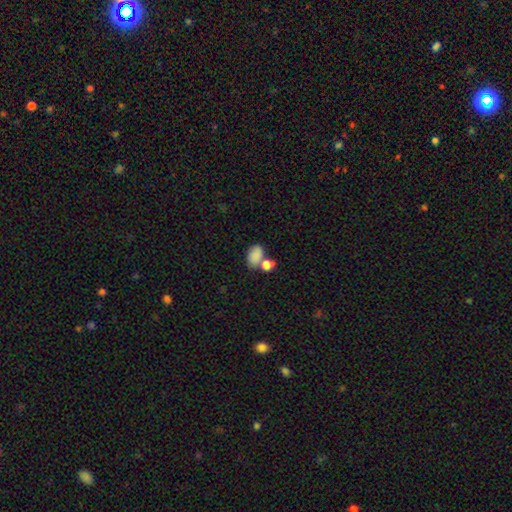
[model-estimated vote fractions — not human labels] Smooth or featured?
  - smooth: 84% *
  - star or artifact: 8%
  - featured or disk: 8%
How rounded?
  - in between: 86% *
  - round: 13%
  - cigar-shaped: 1%
Merging?
  - none: 41% * (tied)
  - merger: 41% * (tied)
  - minor disturbance: 13%
  - major disturbance: 6%